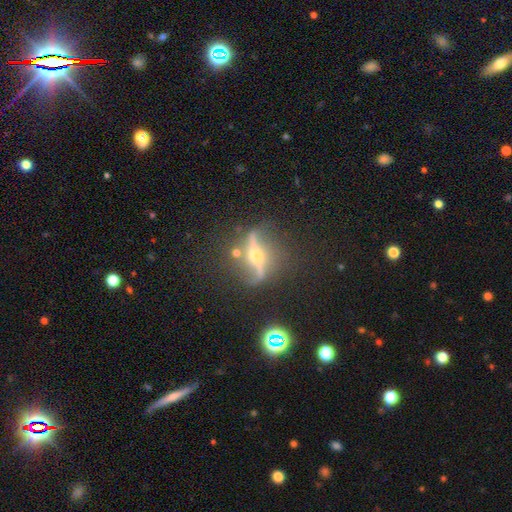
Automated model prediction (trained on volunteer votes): Overall: featured or disk (85%). Edge-on disk: no (57%; yes 43%). Merging: none (74%).